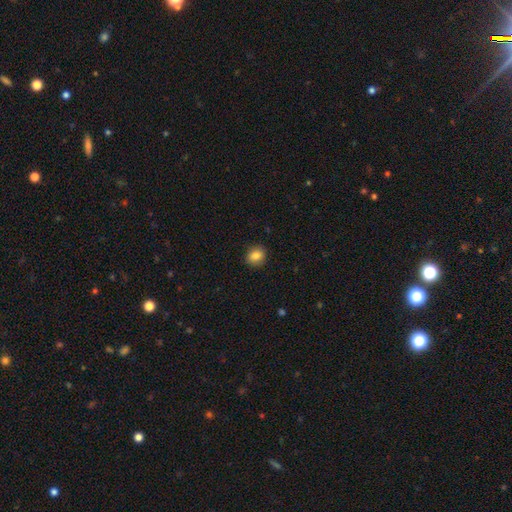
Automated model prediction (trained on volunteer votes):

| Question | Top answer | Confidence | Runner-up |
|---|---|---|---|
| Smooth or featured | smooth | 85% | star or artifact (9%) |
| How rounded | round | 72% | in between (27%) |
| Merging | none | 90% | minor disturbance (7%) |